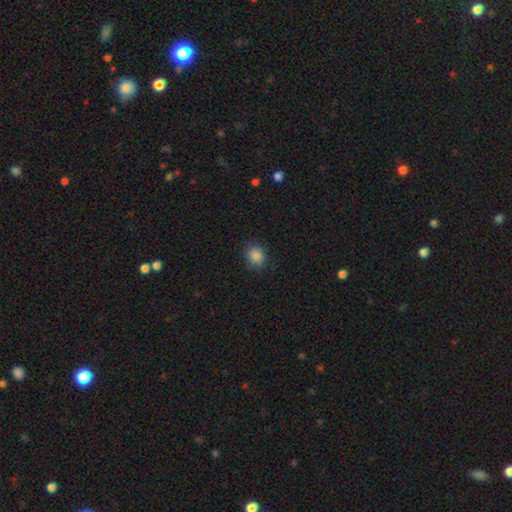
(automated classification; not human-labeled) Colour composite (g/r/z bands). It shows a smooth galaxy with no disk features (86%) that is round (71%). Merging: none (84%).